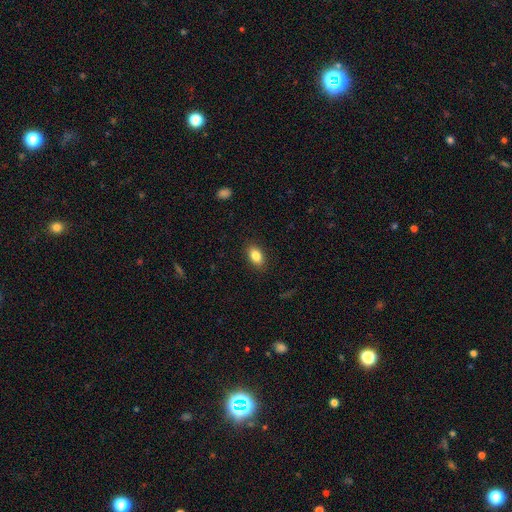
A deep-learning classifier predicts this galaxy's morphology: smooth_or_featured: smooth (p=0.85) [alt: star or artifact p=0.08]
how_rounded: in between (p=0.89) [alt: round p=0.09]
merging: none (p=0.89) [alt: minor disturbance p=0.08]